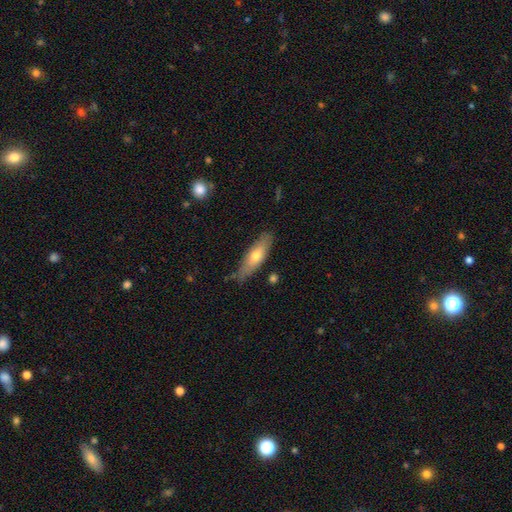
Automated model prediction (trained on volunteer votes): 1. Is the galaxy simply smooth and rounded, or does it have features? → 60% smooth, 34% featured or disk, 6% star or artifact.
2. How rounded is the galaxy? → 58% cigar-shaped, 40% in between, 2% round.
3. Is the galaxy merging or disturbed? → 76% none, 18% minor disturbance, 3% major disturbance, 3% merger.